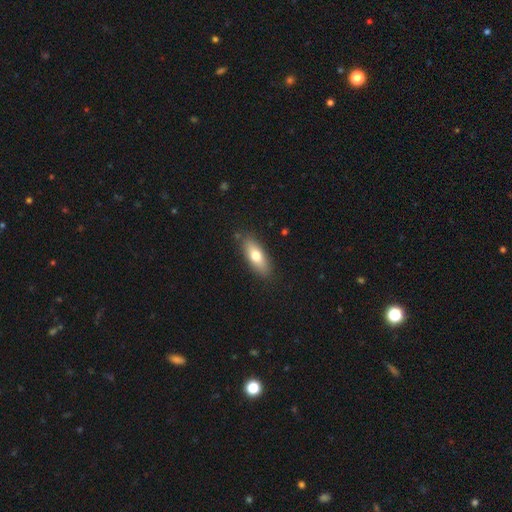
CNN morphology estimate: Smooth or featured: smooth — 71% (featured or disk — 22%)
How rounded: in between — 71% (cigar-shaped — 26%)
Merging: none — 85% (minor disturbance — 11%)